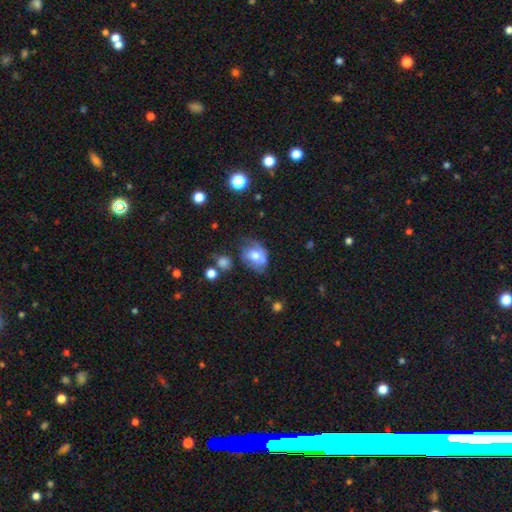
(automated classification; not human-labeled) Overall: smooth (56%; featured or disk 35%). How rounded: in between (64%; round 34%). Merging: none (39%; minor disturbance 30%).